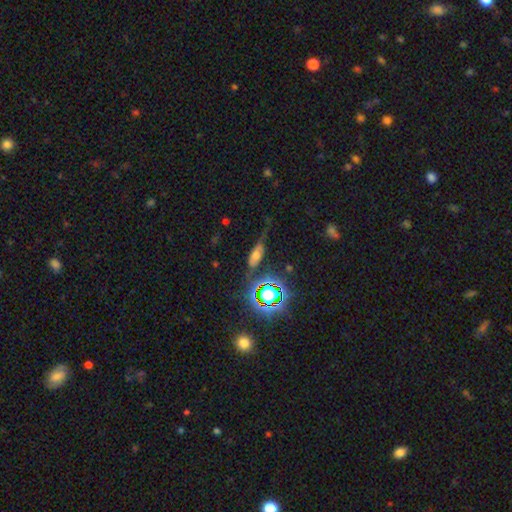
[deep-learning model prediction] smooth_or_featured: smooth (p=0.45) [alt: featured or disk p=0.28]
merging: none (p=0.58) [alt: minor disturbance p=0.23]